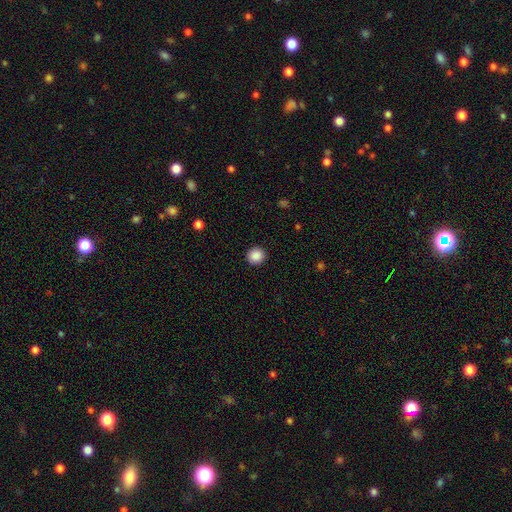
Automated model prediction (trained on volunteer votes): Smooth or featured?
  - smooth: 88% *
  - star or artifact: 9%
  - featured or disk: 3%
How rounded?
  - round: 91% *
  - in between: 8%
  - cigar-shaped: 1%
Merging?
  - none: 92% *
  - minor disturbance: 5%
  - major disturbance: 2%
  - merger: 1%